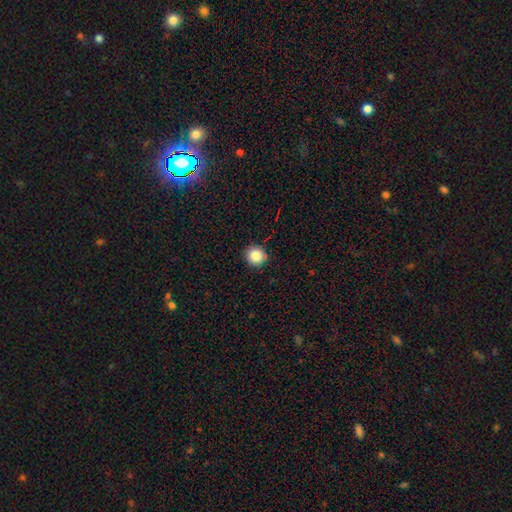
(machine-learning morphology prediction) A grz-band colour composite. It shows a smooth galaxy with no disk features (85%) that is round (94%). Merging: none (90%).